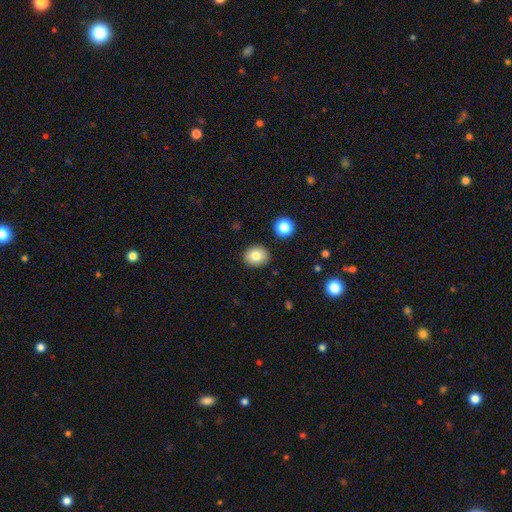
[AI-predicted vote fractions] A smooth galaxy with no disk features (81%) that is round (62%).

Vote fractions:
- Smooth or featured? smooth: 81% / star or artifact: 10% / featured or disk: 9%
- How rounded? round: 62% / in between: 37% / cigar-shaped: 1%
- Merging? none: 88% / minor disturbance: 7% / merger: 2% / major disturbance: 2%